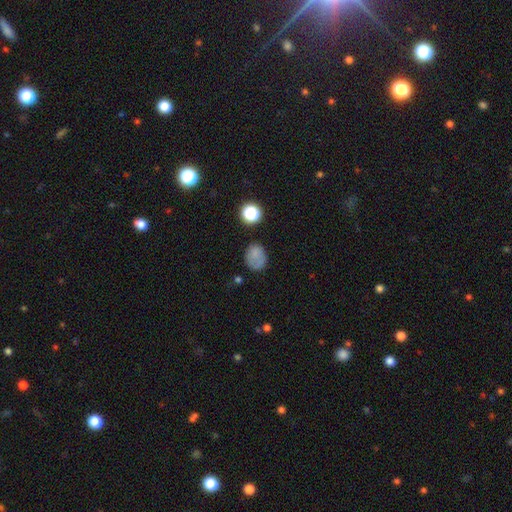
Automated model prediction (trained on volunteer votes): Smooth or featured?
  - smooth: 75% *
  - star or artifact: 14%
  - featured or disk: 11%
How rounded?
  - round: 51% *
  - in between: 48%
  - cigar-shaped: 1%
Merging?
  - none: 65% *
  - minor disturbance: 22%
  - major disturbance: 9%
  - merger: 4%